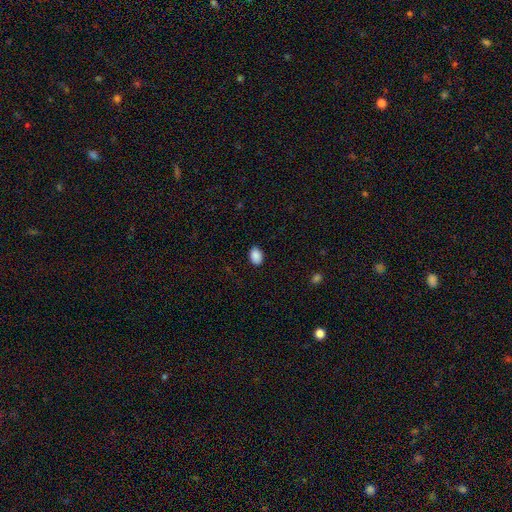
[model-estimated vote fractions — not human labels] smooth 89%, star or artifact 8%, featured or disk 3%. Down the decision tree: how rounded — in between (79%); merging — none (88%).